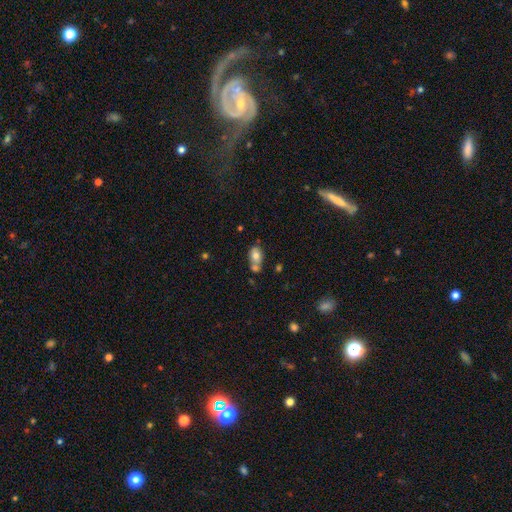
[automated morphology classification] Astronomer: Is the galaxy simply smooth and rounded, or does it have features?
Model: smooth — 72%.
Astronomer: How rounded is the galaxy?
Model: in between — 72%.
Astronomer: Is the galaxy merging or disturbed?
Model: merger — 42% (runner-up: none, 38%).